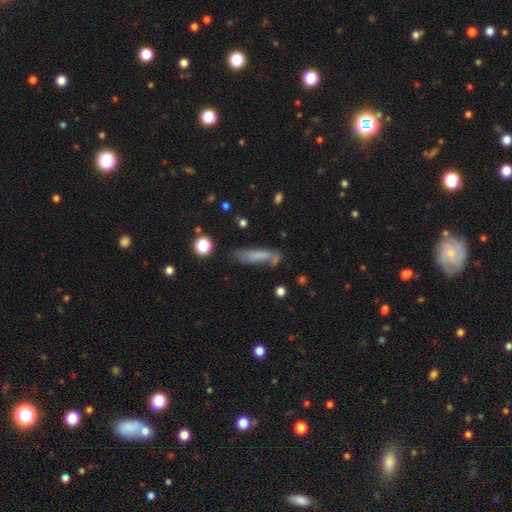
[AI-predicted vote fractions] smooth 64%, featured or disk 25%, star or artifact 11%. Down the decision tree: how rounded — cigar-shaped (78%); merging — none (68%).